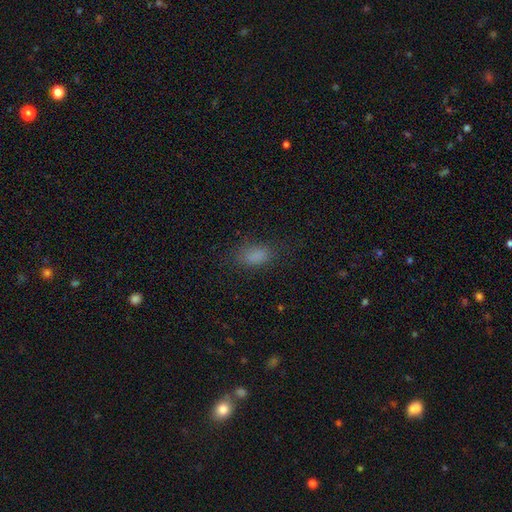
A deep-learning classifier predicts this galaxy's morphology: A smooth galaxy with no disk features (82%) that is in between round and cigar-shaped (87%). Merging: none (75%).